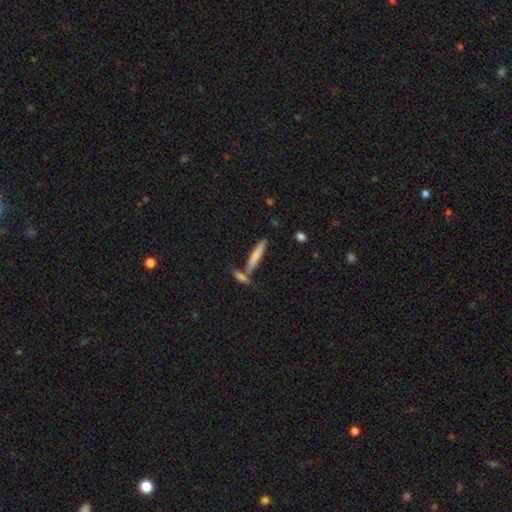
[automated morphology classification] Q: Smooth or featured?
A: smooth (72%); runner-up: featured or disk (22%)
Q: How rounded?
A: cigar-shaped (88%); runner-up: in between (10%)
Q: Merging?
A: none (66%); runner-up: merger (20%)